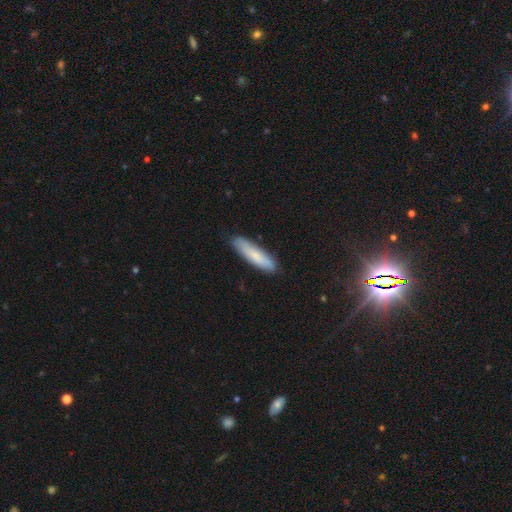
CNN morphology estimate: Overall: smooth (75%). How rounded: cigar-shaped (78%). Merging: none (85%).